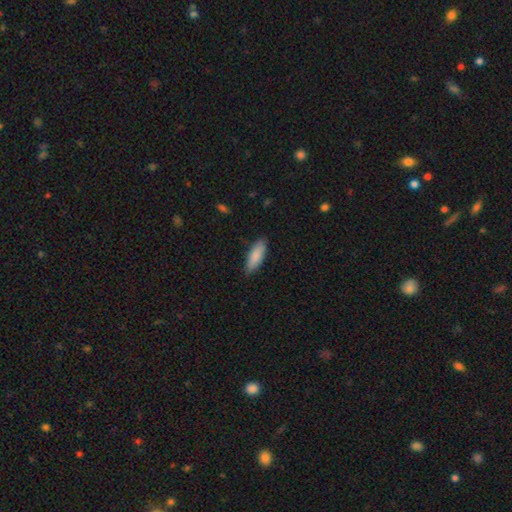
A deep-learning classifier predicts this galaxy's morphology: Smooth or featured: smooth — 86% (featured or disk — 8%)
How rounded: in between — 56% (cigar-shaped — 43%)
Merging: none — 84% (minor disturbance — 13%)